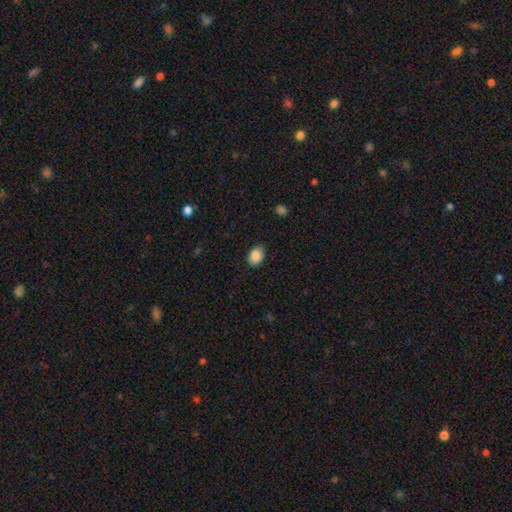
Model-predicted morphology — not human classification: smooth-or-featured: smooth: 88% | star or artifact: 8% | featured or disk: 4%
  how-rounded: in between: 74% | round: 25% | cigar-shaped: 1%
  merging: none: 83% | minor disturbance: 14% | major disturbance: 2% | merger: 1%